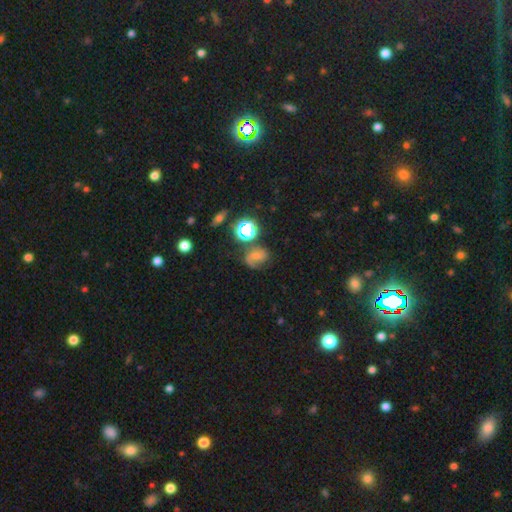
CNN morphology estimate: smooth-or-featured: featured or disk: 50% | smooth: 30% | star or artifact: 20%
  disk-edge-on: no: 97% | yes: 3%
  merging: none: 59% | minor disturbance: 22% | major disturbance: 13% | merger: 7%